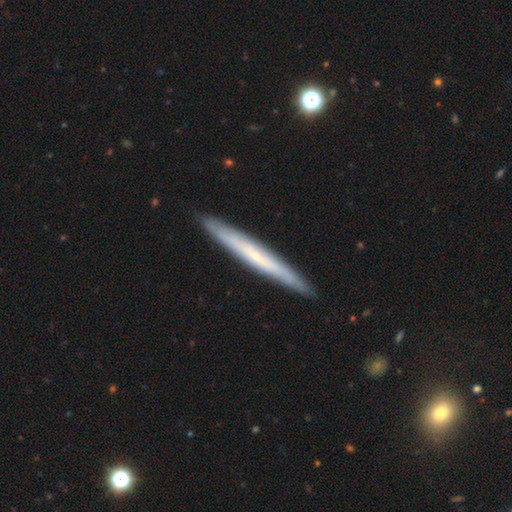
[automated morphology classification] Smooth or featured? Predicted: featured or disk (p=0.52). Edge-on disk? Predicted: yes (p=0.94). Merging? Predicted: none (p=0.91).